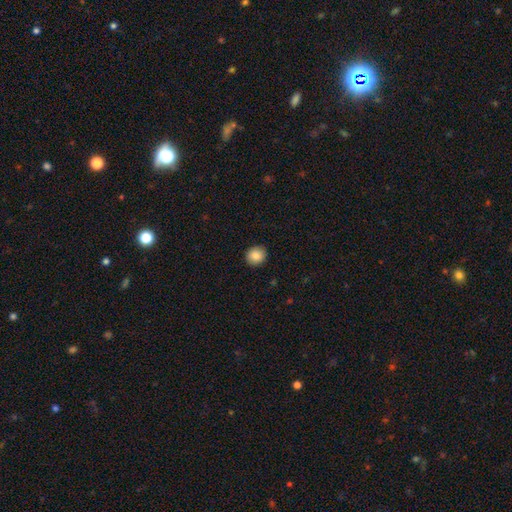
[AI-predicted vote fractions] Smooth or featured? Predicted: smooth (p=0.86). How rounded? Predicted: round (p=0.85). Merging? Predicted: none (p=0.92).